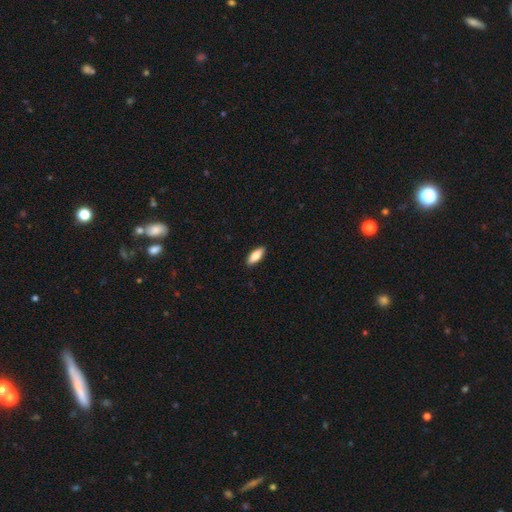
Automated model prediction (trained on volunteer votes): Smooth or featured? smooth (79%)
How rounded? in between (73%)
Merging? none (90%)